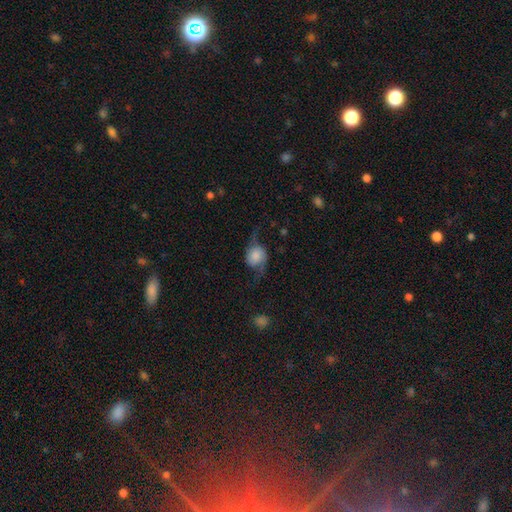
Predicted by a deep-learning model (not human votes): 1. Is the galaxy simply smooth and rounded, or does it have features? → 62% featured or disk, 30% smooth, 9% star or artifact.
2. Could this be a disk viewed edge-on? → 95% no, 5% yes.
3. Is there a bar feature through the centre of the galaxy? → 74% no, 21% weak, 5% strong.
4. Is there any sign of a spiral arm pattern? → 93% yes, 7% no.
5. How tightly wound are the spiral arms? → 79% loose, 17% medium, 4% tight.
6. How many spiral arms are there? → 92% 2, 3% 1, 2% can't tell, 1% 3, 1% 4, 1% more than 4.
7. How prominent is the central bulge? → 30% dominant, 27% large, 17% none, 14% moderate, 12% small.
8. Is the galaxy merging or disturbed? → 60% none, 21% minor disturbance, 16% major disturbance, 2% merger.